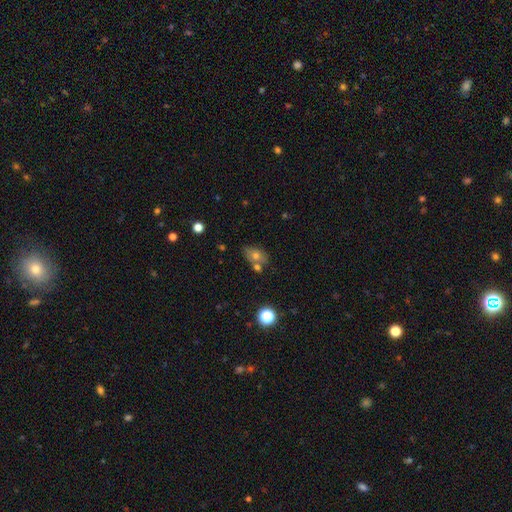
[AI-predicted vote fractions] Q: Smooth or featured?
A: smooth (65%); runner-up: featured or disk (21%)
Q: How rounded?
A: in between (76%); runner-up: round (22%)
Q: Merging?
A: none (56%); runner-up: merger (24%)